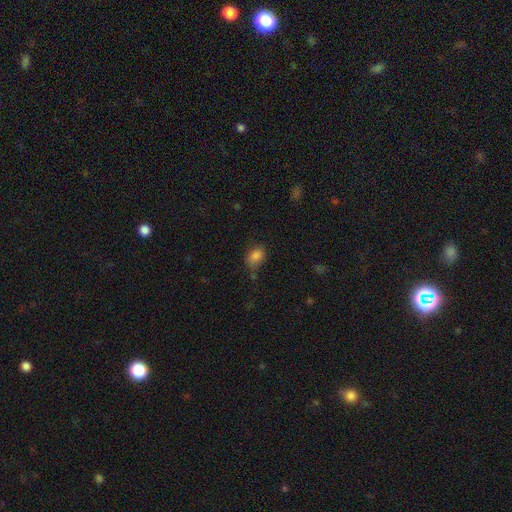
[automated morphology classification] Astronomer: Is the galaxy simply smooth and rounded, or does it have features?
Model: smooth — 84%.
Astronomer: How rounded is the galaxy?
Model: in between — 76%.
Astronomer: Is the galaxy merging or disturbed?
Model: none — 65%.